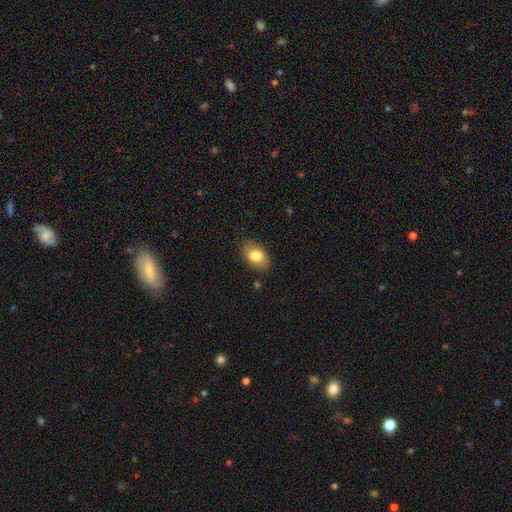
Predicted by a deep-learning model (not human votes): This appears to be a smooth galaxy with no disk features (80%) that is in between round and cigar-shaped (88%). Merging: none (84%).